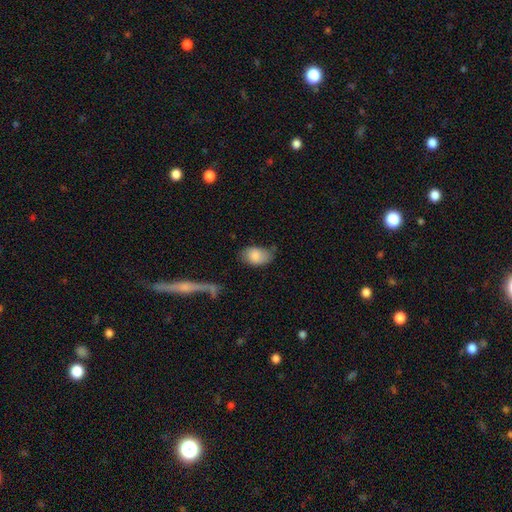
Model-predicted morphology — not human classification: Smooth or featured: smooth — 81% (featured or disk — 12%)
How rounded: in between — 89% (round — 10%)
Merging: none — 63% (minor disturbance — 25%)